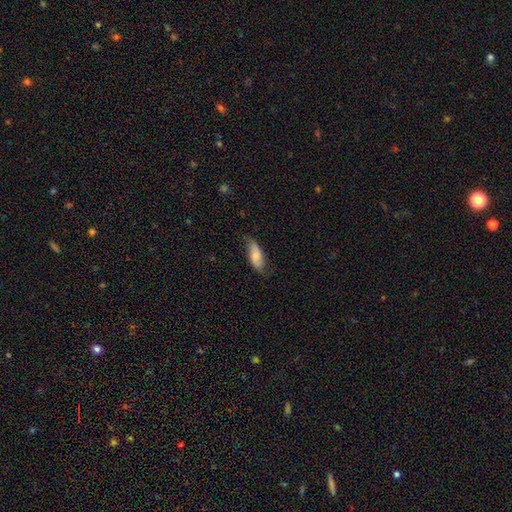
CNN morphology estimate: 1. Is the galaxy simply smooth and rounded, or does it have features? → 66% smooth, 27% featured or disk, 6% star or artifact.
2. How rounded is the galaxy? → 81% in between, 16% cigar-shaped, 2% round.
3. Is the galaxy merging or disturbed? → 65% none, 27% minor disturbance, 6% major disturbance, 1% merger.